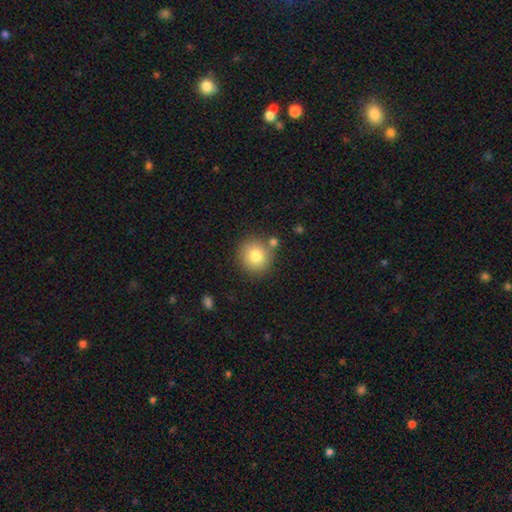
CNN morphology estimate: A smooth galaxy with no disk features (80%) that is round (90%).

Vote fractions:
- Smooth or featured? smooth: 80% / featured or disk: 10% / star or artifact: 10%
- How rounded? round: 90% / in between: 9% / cigar-shaped: 1%
- Merging? none: 77% / merger: 10% / minor disturbance: 10% / major disturbance: 3%